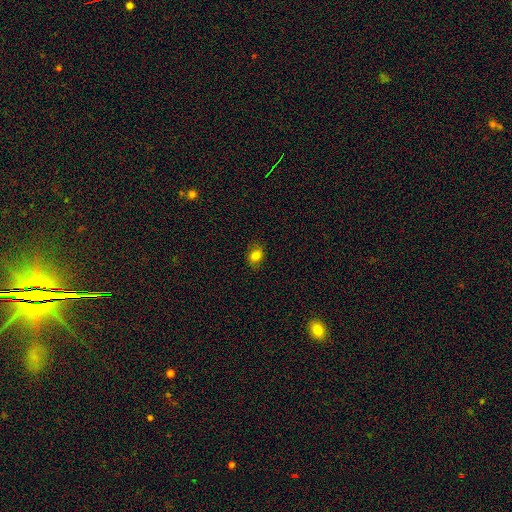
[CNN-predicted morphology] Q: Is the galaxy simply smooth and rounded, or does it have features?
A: smooth — 79%.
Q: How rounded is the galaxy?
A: in between — 56%.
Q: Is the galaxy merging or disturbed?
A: none — 79%.